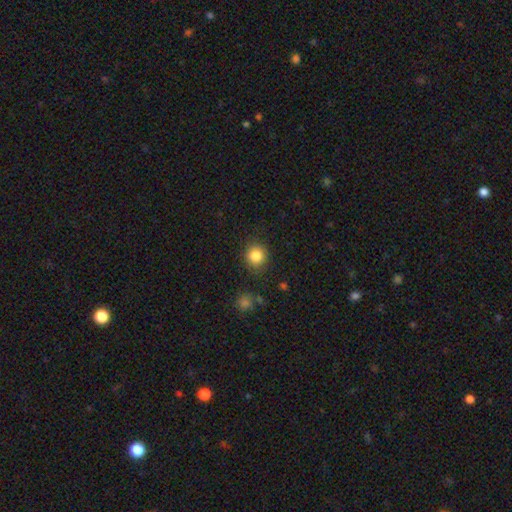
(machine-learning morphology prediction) Overall: smooth (85%). How rounded: round (89%). Merging: none (87%).